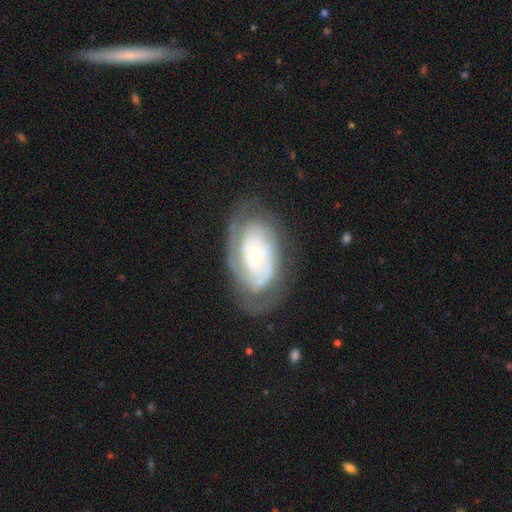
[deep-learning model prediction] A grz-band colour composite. It shows a featured or disk galaxy (83%) with no bar (74%), tight (73%) spiral arms (90%) and a small central bulge (50%). Merging: none (69%).